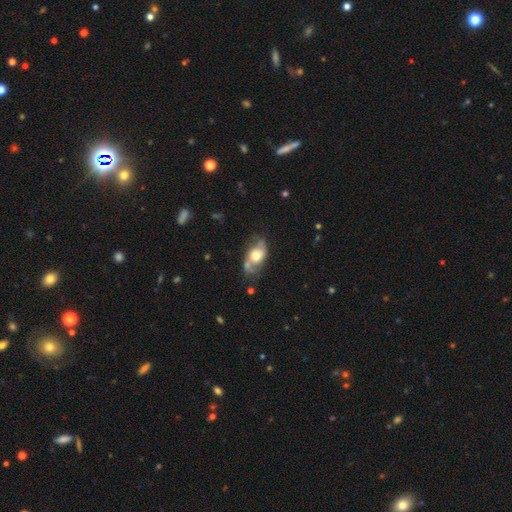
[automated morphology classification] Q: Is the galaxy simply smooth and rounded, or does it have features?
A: featured or disk — 56%.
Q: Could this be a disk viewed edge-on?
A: no — 92%.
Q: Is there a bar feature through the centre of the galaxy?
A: no — 70%.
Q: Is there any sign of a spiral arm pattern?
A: yes — 71%.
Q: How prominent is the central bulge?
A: moderate — 52%.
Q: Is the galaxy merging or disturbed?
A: none — 52%.